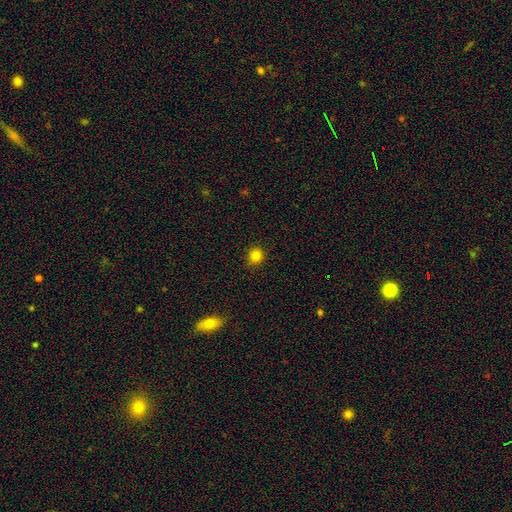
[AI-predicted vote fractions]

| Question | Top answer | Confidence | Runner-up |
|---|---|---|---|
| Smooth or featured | smooth | 82% | star or artifact (13%) |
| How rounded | round | 85% | in between (14%) |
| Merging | none | 90% | minor disturbance (7%) |